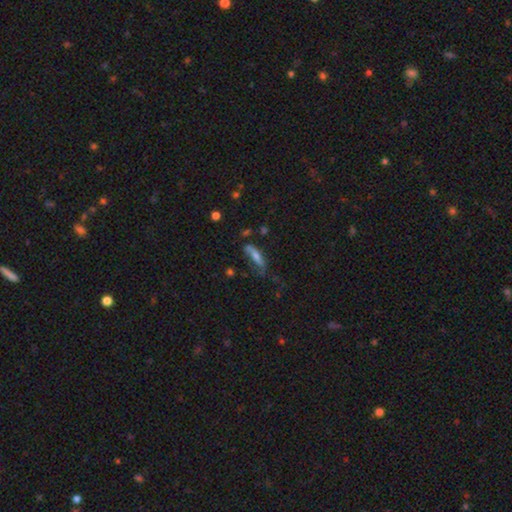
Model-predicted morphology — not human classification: This is possibly a smooth galaxy (56%). How rounded: likely cigar-shaped (63%). Merging: marginally none (44%).